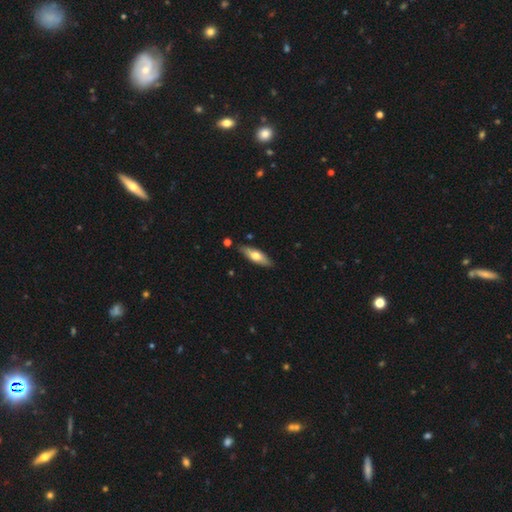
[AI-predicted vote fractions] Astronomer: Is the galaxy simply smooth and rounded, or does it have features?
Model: smooth — 56% (runner-up: featured or disk, 39%).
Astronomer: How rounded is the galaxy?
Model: cigar-shaped — 50% (runner-up: in between, 48%).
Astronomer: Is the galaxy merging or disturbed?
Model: none — 85%.